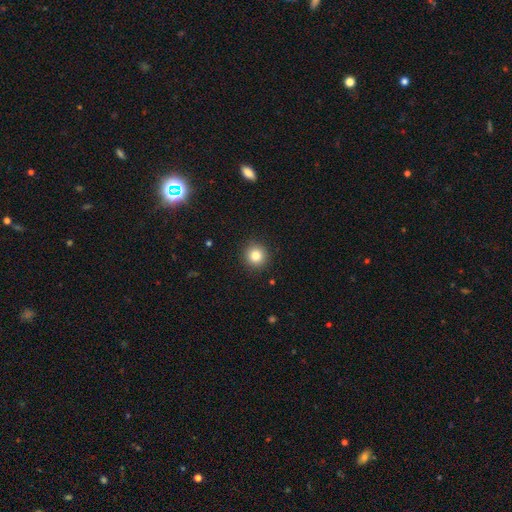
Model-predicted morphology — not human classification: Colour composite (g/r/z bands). It shows a smooth galaxy with no disk features (82%) that is round (94%). Merging: none (92%).